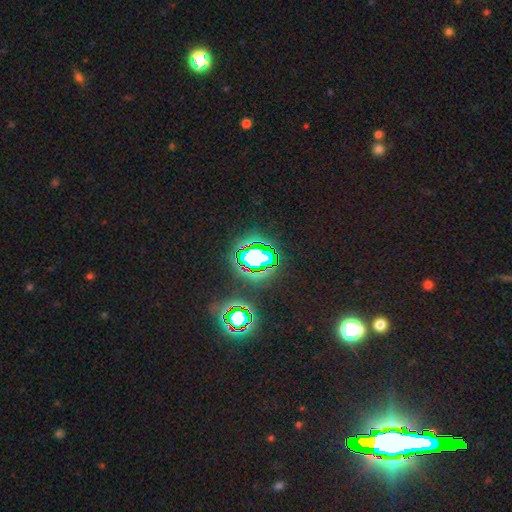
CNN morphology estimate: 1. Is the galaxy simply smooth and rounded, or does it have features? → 64% star or artifact, 23% smooth, 13% featured or disk.